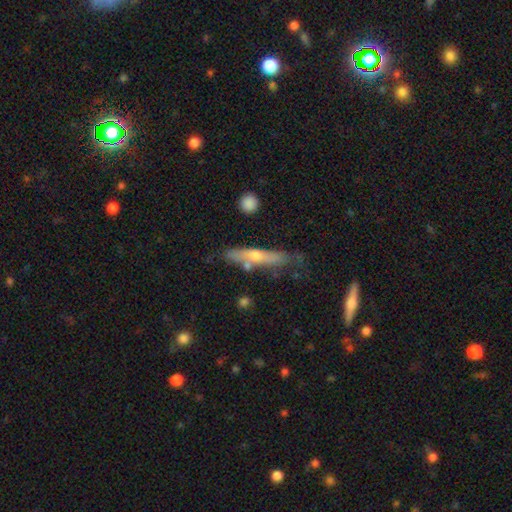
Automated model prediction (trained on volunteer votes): Smooth or featured? Predicted: featured or disk (p=0.57). Edge-on disk? Predicted: yes (p=0.81). Merging? Predicted: none (p=0.68).